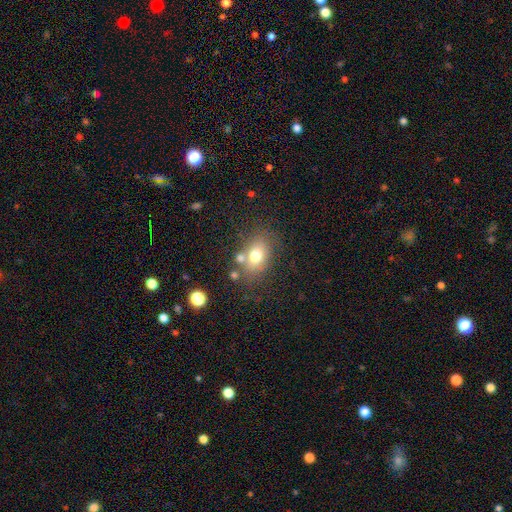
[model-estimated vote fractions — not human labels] Q: Smooth or featured?
A: smooth (71%); runner-up: featured or disk (18%)
Q: How rounded?
A: in between (74%); runner-up: round (24%)
Q: Merging?
A: none (64%); runner-up: minor disturbance (16%)